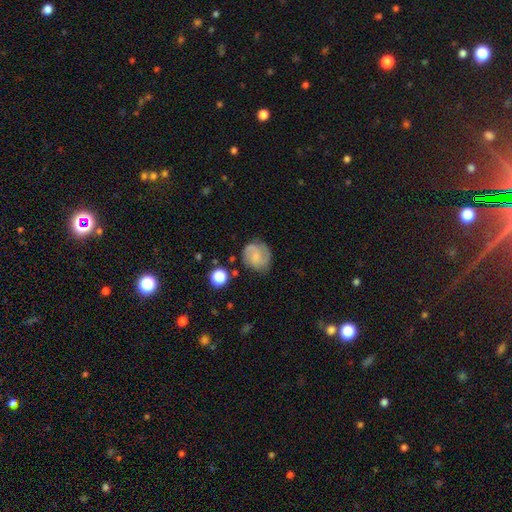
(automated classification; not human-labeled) Smooth or featured: featured or disk — 52% (smooth — 39%)
Edge-on disk: no — 98% (yes — 2%)
Bar: no — 51% (weak — 41%)
Spiral arms: yes — 88% (no — 12%)
Bulge size: small — 49% (none — 31%)
Merging: none — 72% (minor disturbance — 19%)